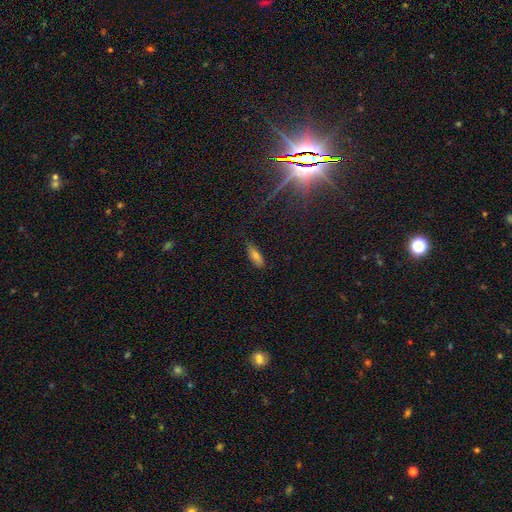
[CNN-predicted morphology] A smooth galaxy with no disk features (69%) that is in between round and cigar-shaped (66%).

Vote fractions:
- Smooth or featured? smooth: 69% / featured or disk: 17% / star or artifact: 14%
- How rounded? in between: 66% / cigar-shaped: 31% / round: 3%
- Merging? none: 77% / minor disturbance: 18% / major disturbance: 3% / merger: 1%